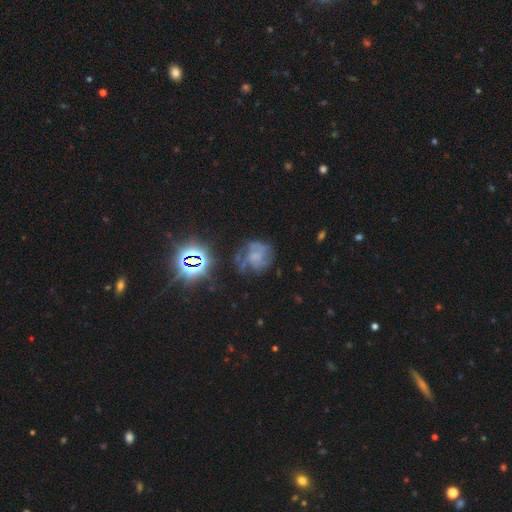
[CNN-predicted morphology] Smooth or featured: featured or disk — 60% (smooth — 21%)
Edge-on disk: no — 97% (yes — 3%)
Bar: no — 73% (weak — 21%)
Spiral arms: yes — 77% (no — 23%)
Bulge size: none — 50% (small — 23%)
Merging: none — 60% (minor disturbance — 20%)